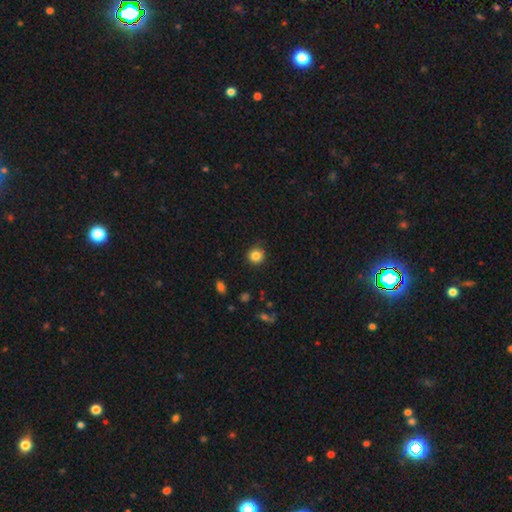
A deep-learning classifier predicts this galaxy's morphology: smooth 84%, star or artifact 11%, featured or disk 5%. Down the decision tree: how rounded — round (93%); merging — none (87%).